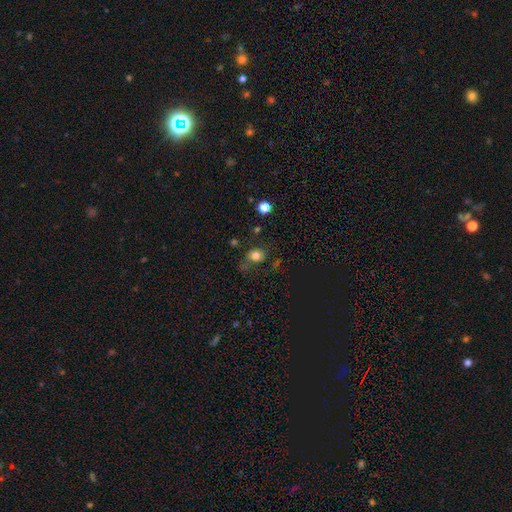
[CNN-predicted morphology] Smooth or featured?
  - smooth: 77% *
  - star or artifact: 14%
  - featured or disk: 8%
How rounded?
  - round: 70% *
  - in between: 29%
  - cigar-shaped: 1%
Merging?
  - none: 64% *
  - minor disturbance: 21%
  - major disturbance: 11%
  - merger: 4%